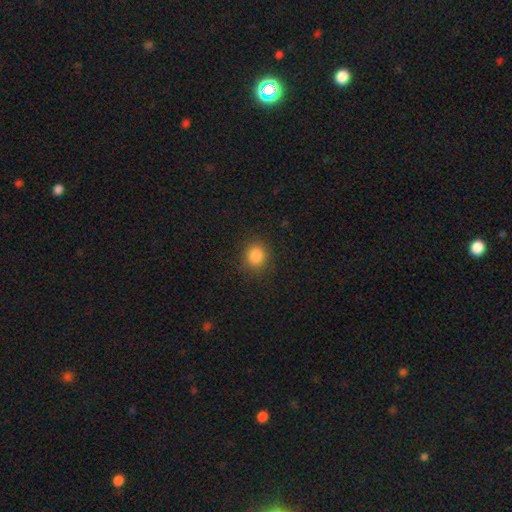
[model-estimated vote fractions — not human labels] Overall: smooth (85%). How rounded: round (80%). Merging: none (87%).